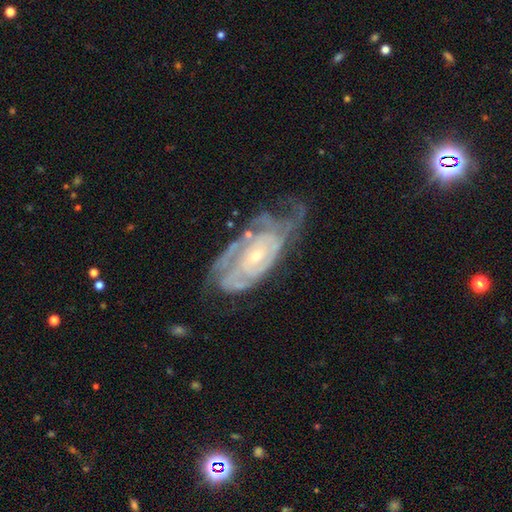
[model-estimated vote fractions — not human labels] Smooth or featured? Predicted: featured or disk (p=0.87). Edge-on disk? Predicted: no (p=0.95). Bar? Predicted: no (p=0.66). Spiral arms? Predicted: yes (p=0.95). Spiral winding? Predicted: tight (p=0.69). Spiral arm count? Predicted: can't tell (p=0.35). Bulge size? Predicted: small (p=0.68). Merging? Predicted: none (p=0.49).